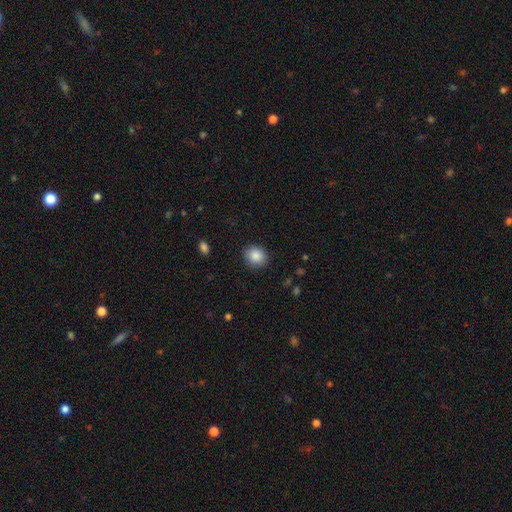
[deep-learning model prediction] smooth_or_featured: smooth (p=0.87) [alt: star or artifact p=0.08]
how_rounded: round (p=0.73) [alt: in between p=0.26]
merging: none (p=0.88) [alt: minor disturbance p=0.09]